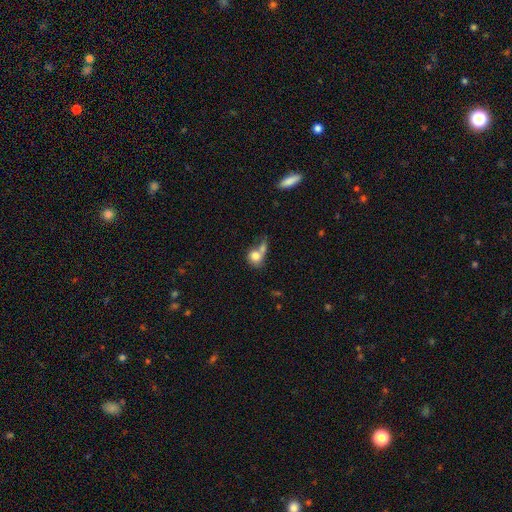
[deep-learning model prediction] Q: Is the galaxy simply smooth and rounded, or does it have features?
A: smooth — 78%.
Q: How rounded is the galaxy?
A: round — 63%.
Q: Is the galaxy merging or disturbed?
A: merger — 55%.